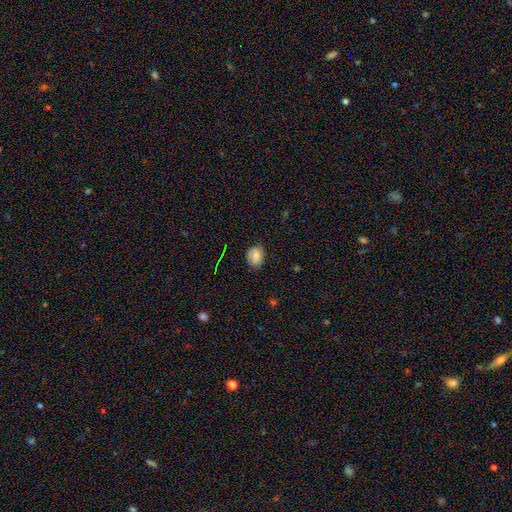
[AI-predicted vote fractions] A smooth galaxy with no disk features (78%) that is round (54%).

Vote fractions:
- Smooth or featured? smooth: 78% / star or artifact: 11% / featured or disk: 10%
- How rounded? round: 54% / in between: 45% / cigar-shaped: 1%
- Merging? none: 80% / minor disturbance: 16% / major disturbance: 3% / merger: 1%